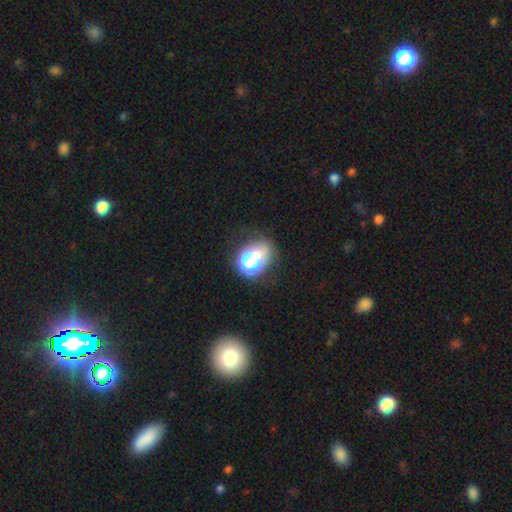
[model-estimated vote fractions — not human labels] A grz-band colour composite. It shows a smooth galaxy with no disk features (48%). Merging: none (47%).